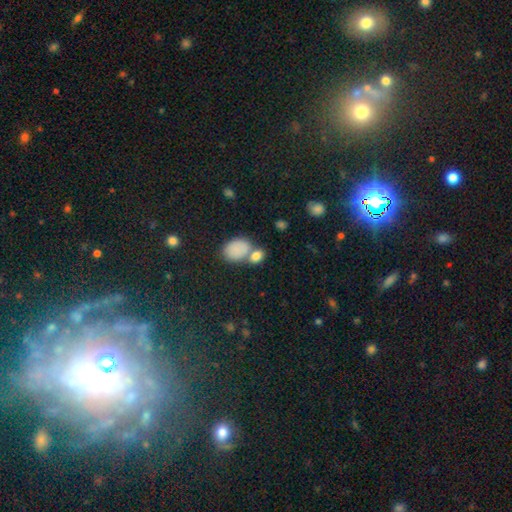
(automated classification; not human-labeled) Smooth or featured? smooth (80%)
How rounded? in between (73%)
Merging? none (45%)